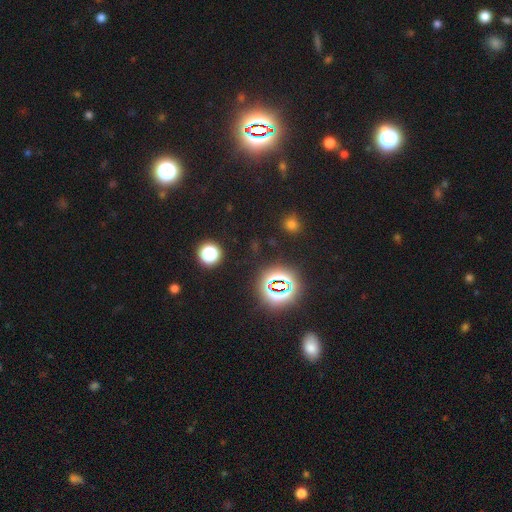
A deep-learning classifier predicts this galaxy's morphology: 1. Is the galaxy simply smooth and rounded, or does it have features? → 79% star or artifact, 15% smooth, 7% featured or disk.